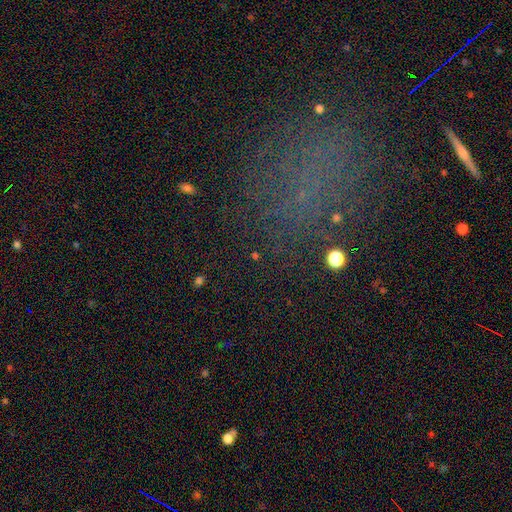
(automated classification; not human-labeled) Overall: star or artifact (58%; smooth 25%).